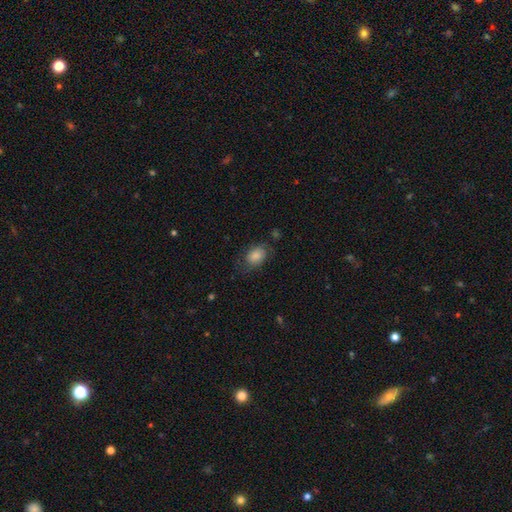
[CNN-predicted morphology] Smooth or featured?
  - smooth: 73% *
  - featured or disk: 18%
  - star or artifact: 9%
How rounded?
  - in between: 75% *
  - round: 24%
  - cigar-shaped: 1%
Merging?
  - none: 61% *
  - minor disturbance: 24%
  - major disturbance: 13%
  - merger: 2%